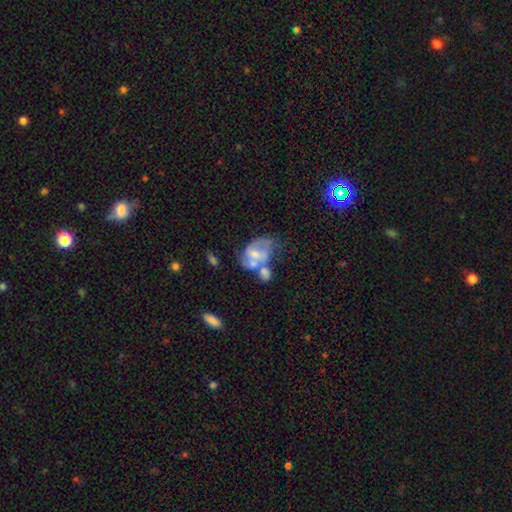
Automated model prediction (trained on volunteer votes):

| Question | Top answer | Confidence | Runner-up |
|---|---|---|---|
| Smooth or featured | featured or disk | 59% | smooth (33%) |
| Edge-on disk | no | 97% | yes (3%) |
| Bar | no | 48% | weak (36%) |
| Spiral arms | yes | 54% | no (46%) |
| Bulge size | moderate | 45% | small (43%) |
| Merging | merger | 45% | none (22%) |